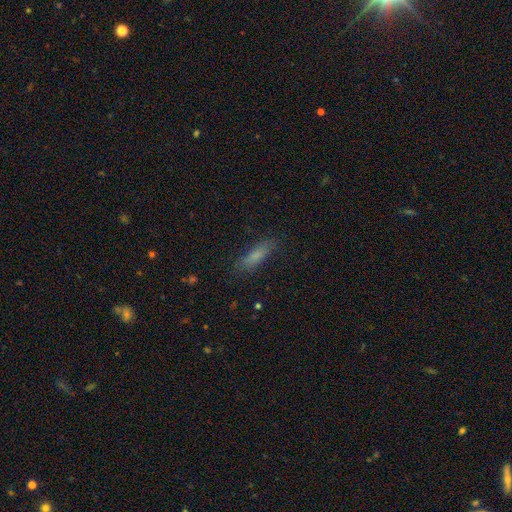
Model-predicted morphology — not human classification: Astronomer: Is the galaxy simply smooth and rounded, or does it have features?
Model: smooth — 77%.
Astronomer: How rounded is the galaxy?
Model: cigar-shaped — 61% (runner-up: in between, 37%).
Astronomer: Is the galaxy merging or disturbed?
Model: none — 82%.